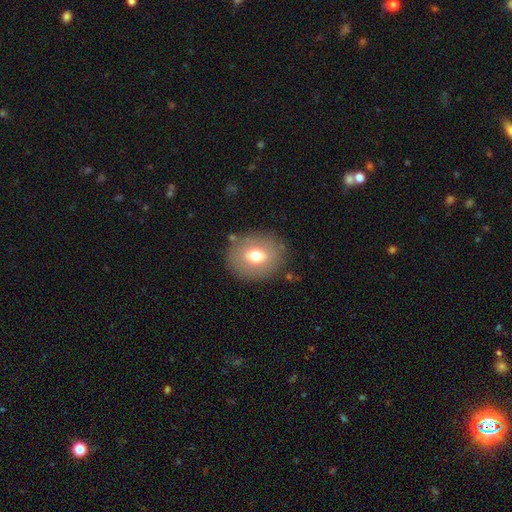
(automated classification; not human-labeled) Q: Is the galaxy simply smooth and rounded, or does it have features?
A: smooth — 67%.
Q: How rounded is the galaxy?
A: round — 59%.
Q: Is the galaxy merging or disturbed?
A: none — 82%.